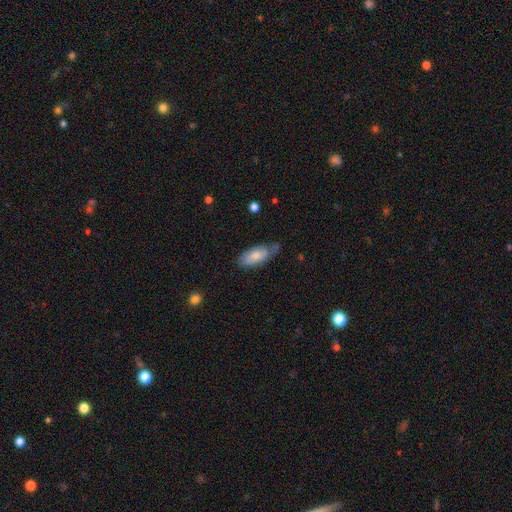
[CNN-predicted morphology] A smooth galaxy with no disk features (69%) that is in between round and cigar-shaped (85%).

Vote fractions:
- Smooth or featured? smooth: 69% / featured or disk: 25% / star or artifact: 6%
- How rounded? in between: 85% / cigar-shaped: 13% / round: 2%
- Merging? none: 58% / minor disturbance: 31% / major disturbance: 7% / merger: 4%